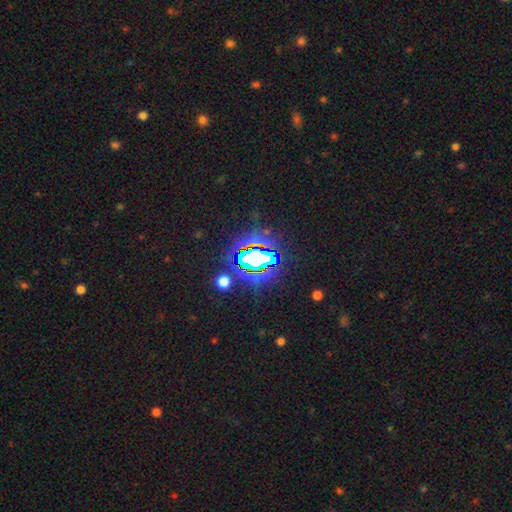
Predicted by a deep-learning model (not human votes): Q: Smooth or featured?
A: star or artifact (70%); runner-up: smooth (18%)